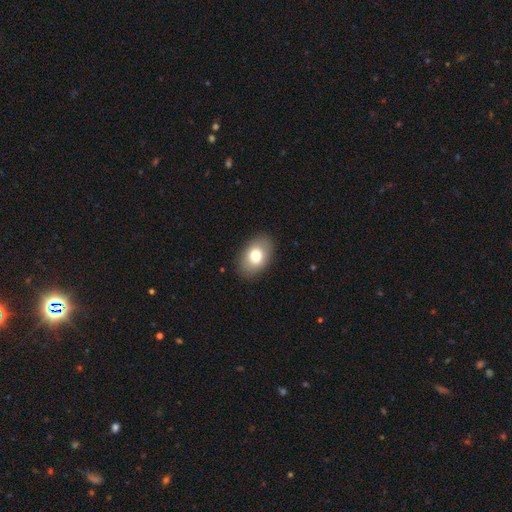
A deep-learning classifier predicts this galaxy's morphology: smooth-or-featured: smooth: 76% | featured or disk: 16% | star or artifact: 8%
  how-rounded: in between: 86% | round: 13% | cigar-shaped: 1%
  merging: none: 87% | minor disturbance: 9% | major disturbance: 3% | merger: 1%